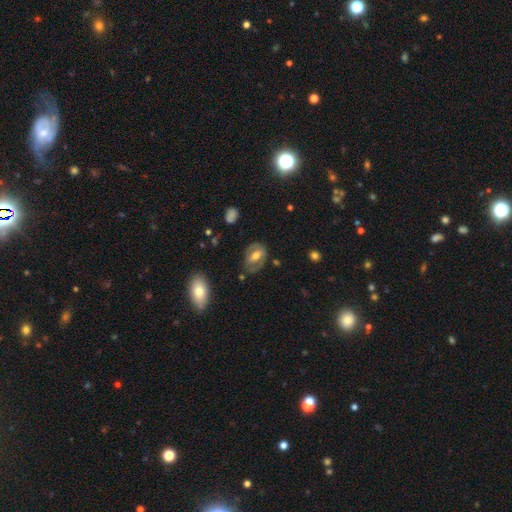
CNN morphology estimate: smooth-or-featured: featured or disk: 53% | smooth: 40% | star or artifact: 7%
  disk-edge-on: no: 92% | yes: 8%
  merging: none: 63% | minor disturbance: 22% | major disturbance: 12% | merger: 3%